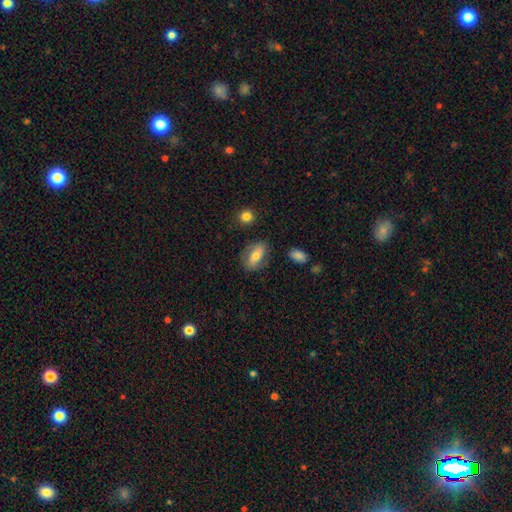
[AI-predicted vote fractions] Smooth or featured? Predicted: smooth (p=0.60). How rounded? Predicted: in between (p=0.84). Merging? Predicted: none (p=0.77).